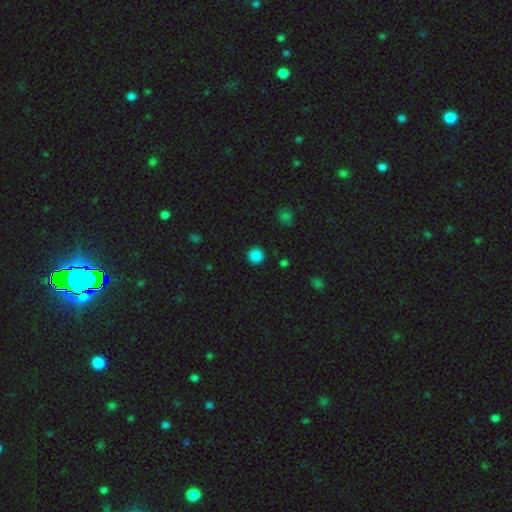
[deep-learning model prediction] smooth_or_featured: smooth (p=0.85) [alt: star or artifact p=0.12]
how_rounded: round (p=0.94) [alt: in between p=0.05]
merging: none (p=0.91) [alt: minor disturbance p=0.05]